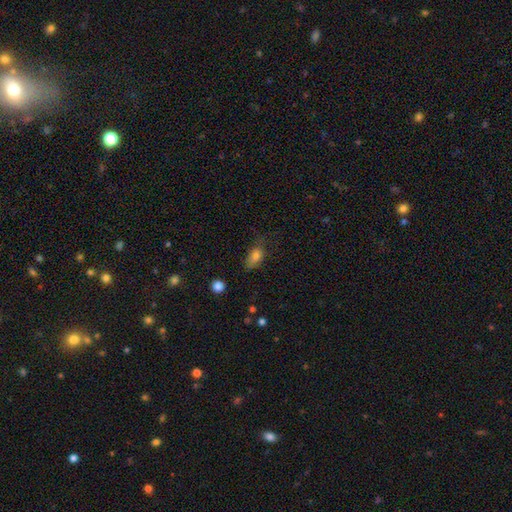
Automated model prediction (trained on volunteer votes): A smooth galaxy with no disk features (76%) that is in between round and cigar-shaped (83%).

Vote fractions:
- Smooth or featured? smooth: 76% / featured or disk: 13% / star or artifact: 11%
- How rounded? in between: 83% / round: 9% / cigar-shaped: 8%
- Merging? none: 54% / minor disturbance: 31% / major disturbance: 13% / merger: 2%